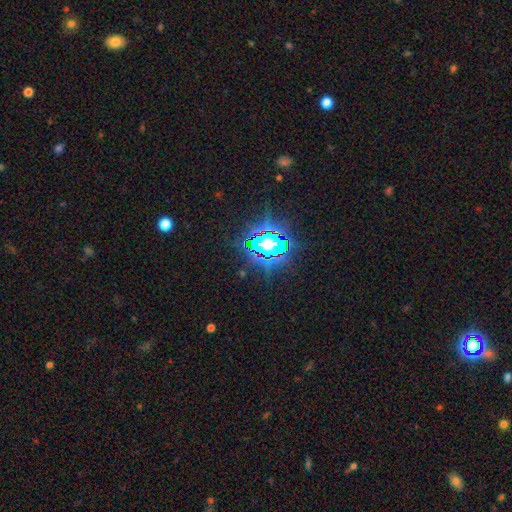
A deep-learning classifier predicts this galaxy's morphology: Overall: star or artifact (81%).